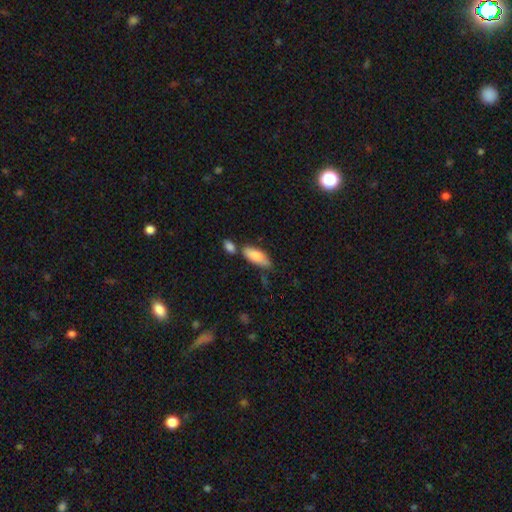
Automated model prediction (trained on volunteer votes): Smooth or featured?
  - smooth: 79% *
  - featured or disk: 15%
  - star or artifact: 6%
How rounded?
  - in between: 79% *
  - cigar-shaped: 19%
  - round: 2%
Merging?
  - none: 56% *
  - minor disturbance: 20%
  - merger: 19%
  - major disturbance: 5%